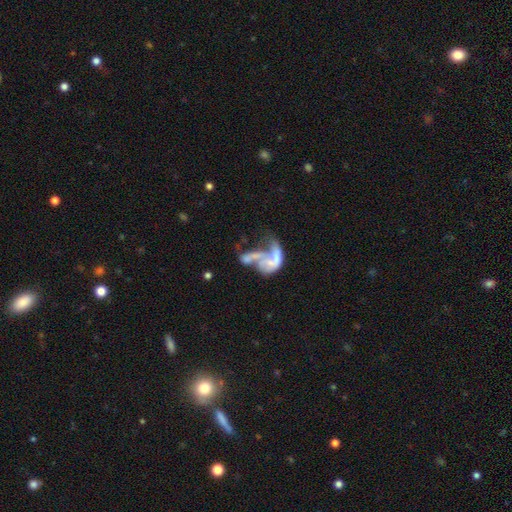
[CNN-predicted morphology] Smooth or featured? Predicted: featured or disk (p=0.63). Edge-on disk? Predicted: no (p=0.97). Bar? Predicted: no (p=0.78). Spiral arms? Predicted: no (p=0.54). Bulge size? Predicted: none (p=0.57). Merging? Predicted: merger (p=0.47).